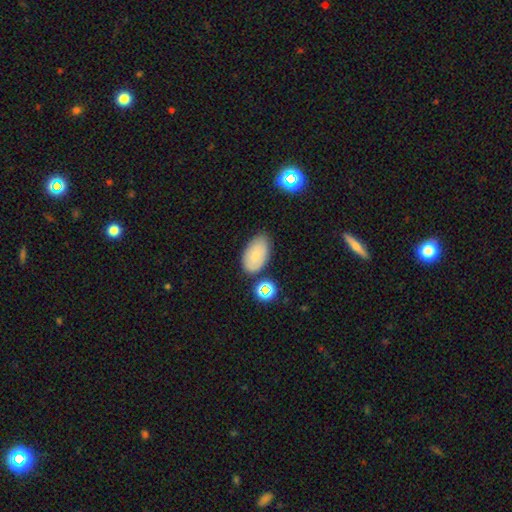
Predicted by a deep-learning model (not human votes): Smooth or featured? Predicted: smooth (p=0.74). How rounded? Predicted: in between (p=0.93). Merging? Predicted: none (p=0.70).